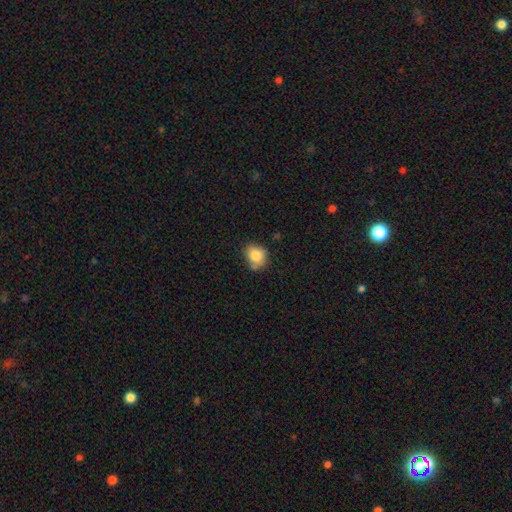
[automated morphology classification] Q: Smooth or featured?
A: smooth (82%); runner-up: star or artifact (10%)
Q: How rounded?
A: round (65%); runner-up: in between (34%)
Q: Merging?
A: none (64%); runner-up: minor disturbance (27%)